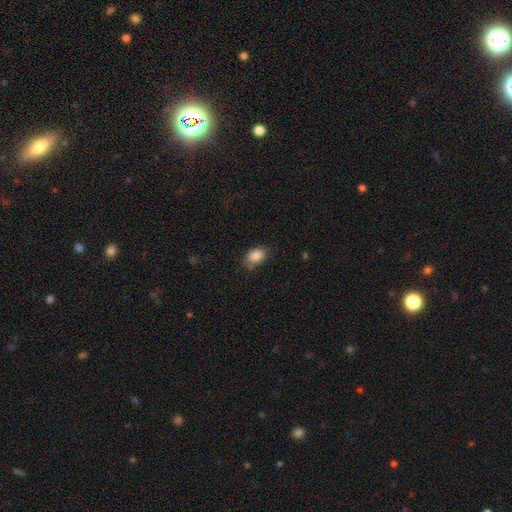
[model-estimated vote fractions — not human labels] This appears to be a smooth galaxy with no disk features (87%) that is in between round and cigar-shaped (88%). Merging: none (72%).